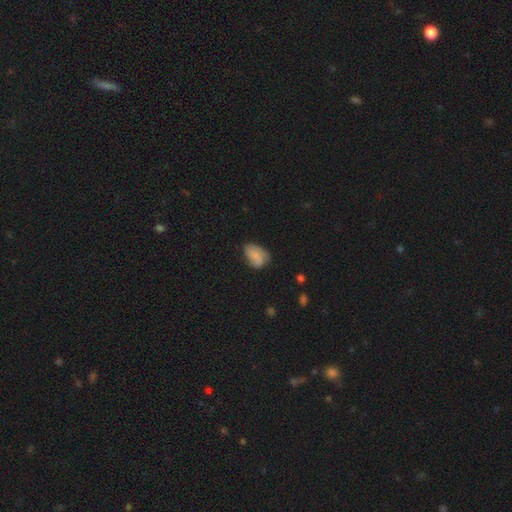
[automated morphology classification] smooth_or_featured: smooth (p=0.58) [alt: featured or disk p=0.33]
how_rounded: in between (p=0.82) [alt: round p=0.16]
merging: none (p=0.49) [alt: minor disturbance p=0.34]